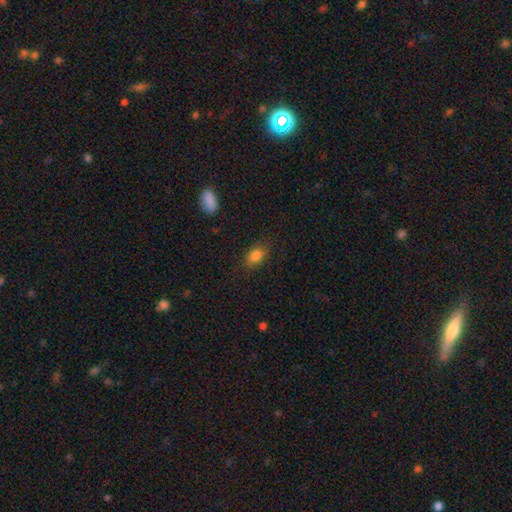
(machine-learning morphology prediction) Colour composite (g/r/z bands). It shows a smooth galaxy with no disk features (84%) that is in between round and cigar-shaped (81%). Merging: none (82%).